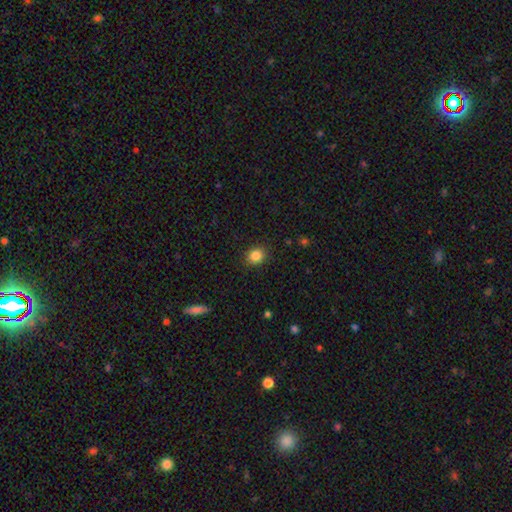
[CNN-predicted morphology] Q: Smooth or featured?
A: smooth (85%); runner-up: star or artifact (11%)
Q: How rounded?
A: round (72%); runner-up: in between (27%)
Q: Merging?
A: none (89%); runner-up: minor disturbance (8%)